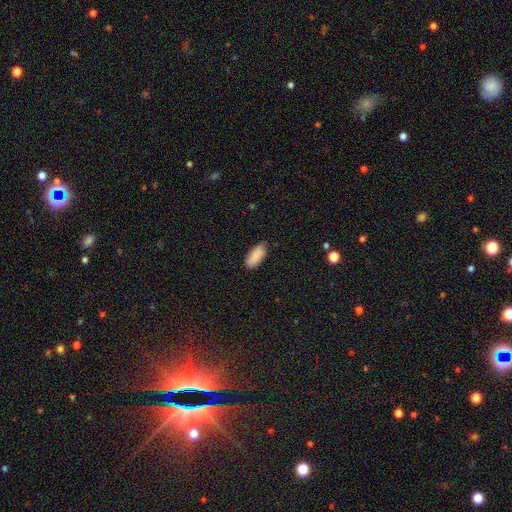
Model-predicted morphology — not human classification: smooth 88%, star or artifact 6%, featured or disk 5%. Down the decision tree: how rounded — in between (86%); merging — none (82%).